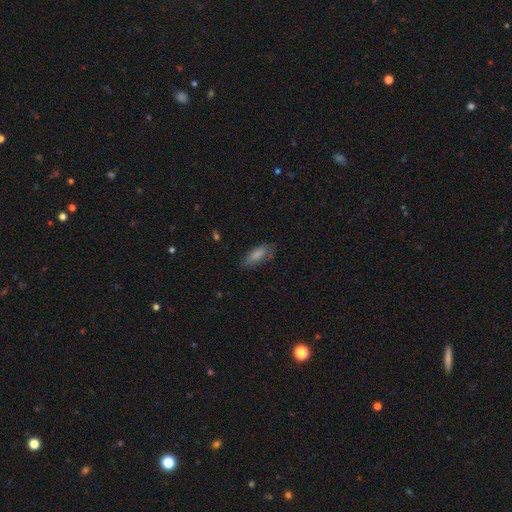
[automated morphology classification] Overall: smooth (73%). How rounded: in between (64%; cigar-shaped 34%). Merging: none (77%).